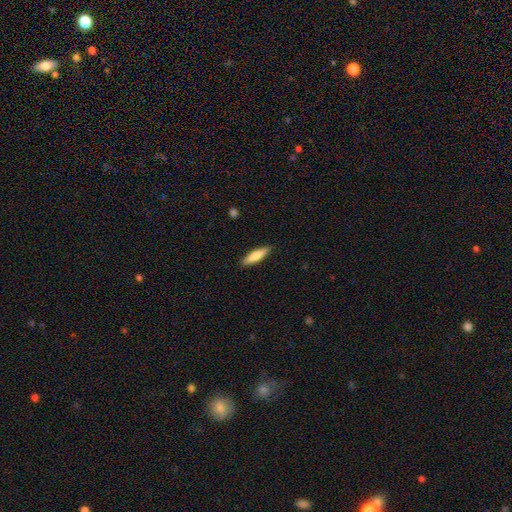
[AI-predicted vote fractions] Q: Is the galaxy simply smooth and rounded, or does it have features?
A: smooth — 74%.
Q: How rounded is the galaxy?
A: cigar-shaped — 73%.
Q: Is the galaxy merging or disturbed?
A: none — 90%.